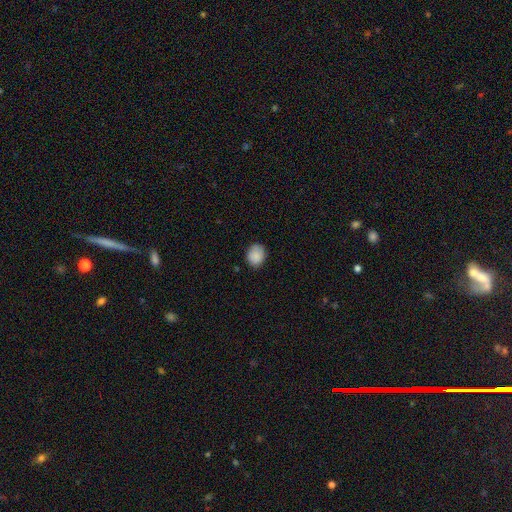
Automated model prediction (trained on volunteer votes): Smooth or featured? Predicted: smooth (p=0.88). How rounded? Predicted: round (p=0.56). Merging? Predicted: none (p=0.80).